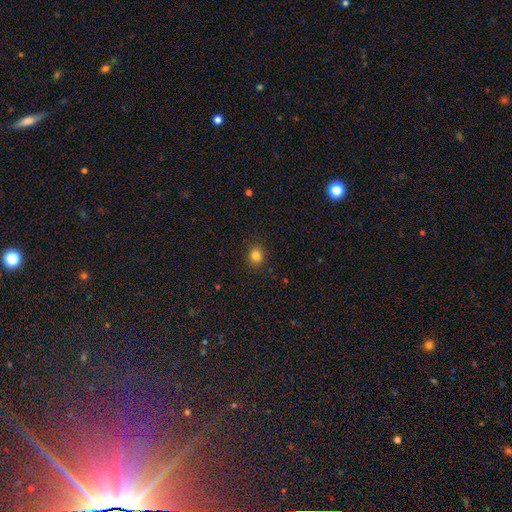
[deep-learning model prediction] smooth 83%, star or artifact 12%, featured or disk 5%. Down the decision tree: how rounded — round (78%); merging — none (90%).